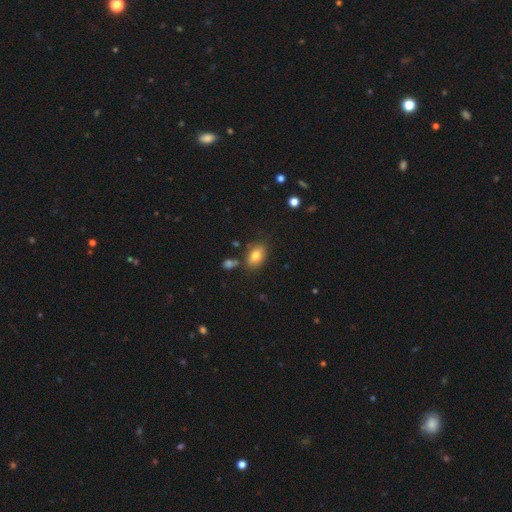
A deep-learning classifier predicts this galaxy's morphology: A smooth galaxy with no disk features (79%) that is in between round and cigar-shaped (87%). Merging: none (75%).